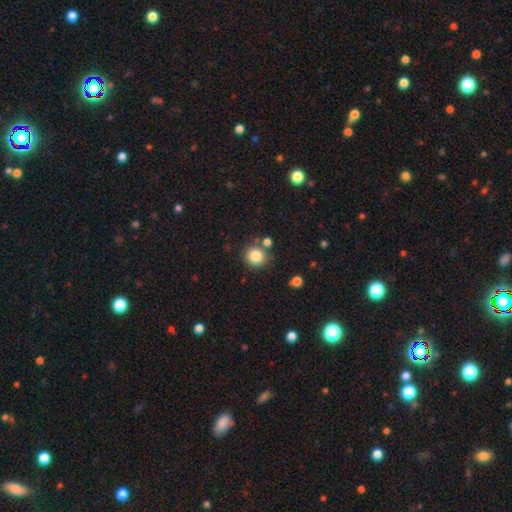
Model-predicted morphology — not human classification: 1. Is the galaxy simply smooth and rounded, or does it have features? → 83% smooth, 11% star or artifact, 6% featured or disk.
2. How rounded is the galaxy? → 89% round, 10% in between, 1% cigar-shaped.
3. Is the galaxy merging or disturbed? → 77% none, 11% merger, 9% minor disturbance, 3% major disturbance.